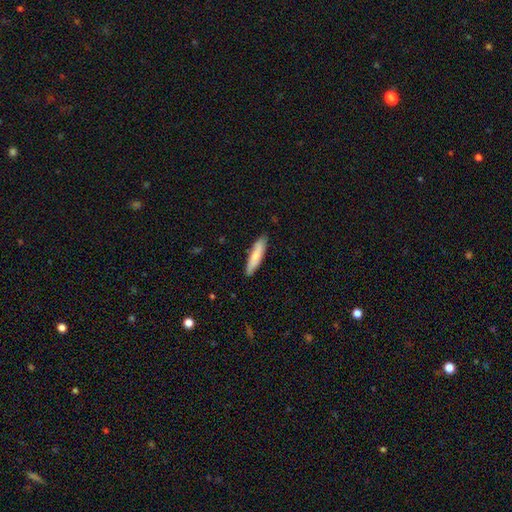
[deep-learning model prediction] The model was most divided on "smooth or featured": smooth: 74%, featured or disk: 21%, star or artifact: 5%. More confident: merging — none (85%); how rounded — cigar-shaped (78%).